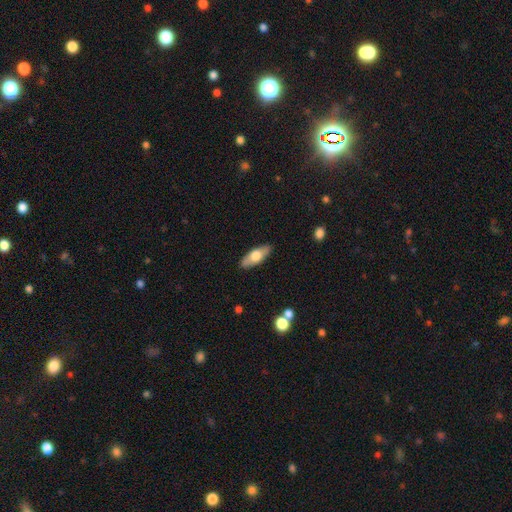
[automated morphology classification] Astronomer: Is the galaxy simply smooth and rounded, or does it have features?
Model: smooth — 60%.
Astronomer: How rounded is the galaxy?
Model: in between — 71%.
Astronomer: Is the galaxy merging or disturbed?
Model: none — 87%.